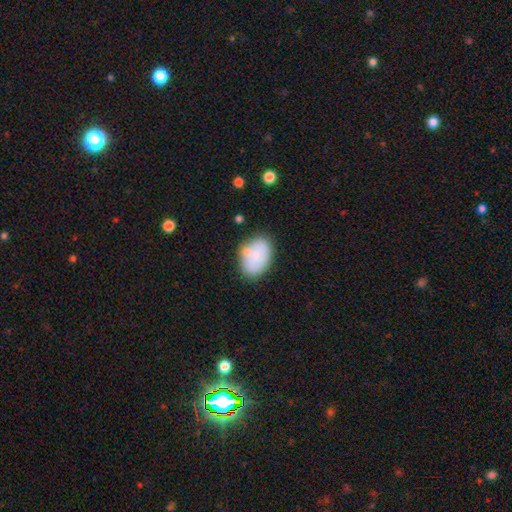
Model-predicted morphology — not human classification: A smooth galaxy with no disk features (79%) that is in between round and cigar-shaped (81%). Merging: none (63%).